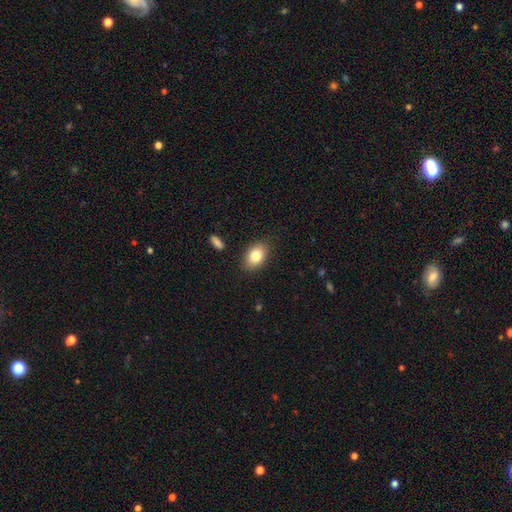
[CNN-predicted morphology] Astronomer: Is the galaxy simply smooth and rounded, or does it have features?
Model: smooth — 82%.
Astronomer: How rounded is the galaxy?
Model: in between — 83%.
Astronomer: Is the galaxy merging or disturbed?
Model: none — 86%.